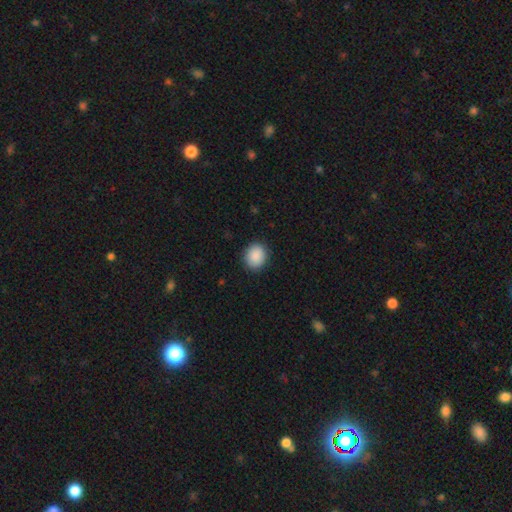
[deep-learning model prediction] smooth 90%, star or artifact 8%, featured or disk 3%. Down the decision tree: how rounded — round (64%); merging — none (89%).